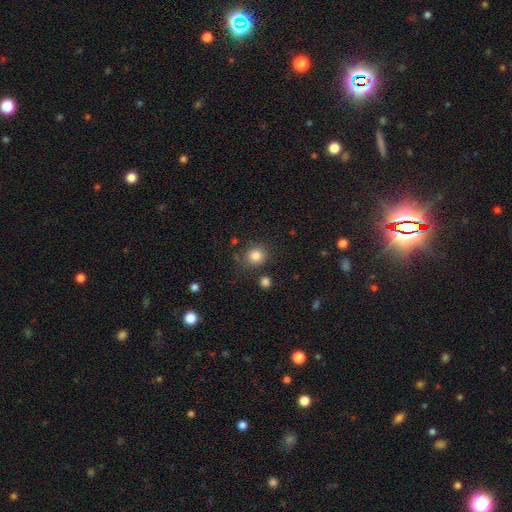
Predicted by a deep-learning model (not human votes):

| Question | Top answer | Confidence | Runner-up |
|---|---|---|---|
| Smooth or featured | smooth | 82% | star or artifact (12%) |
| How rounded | round | 87% | in between (12%) |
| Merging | none | 80% | minor disturbance (11%) |